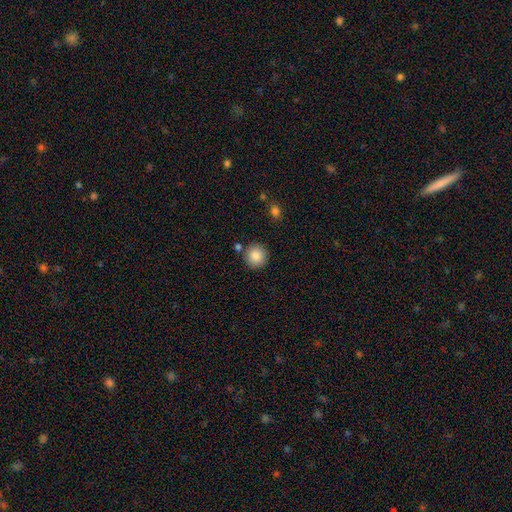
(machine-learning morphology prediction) Q: Smooth or featured?
A: smooth (87%); runner-up: star or artifact (8%)
Q: How rounded?
A: round (94%); runner-up: in between (5%)
Q: Merging?
A: none (86%); runner-up: minor disturbance (7%)